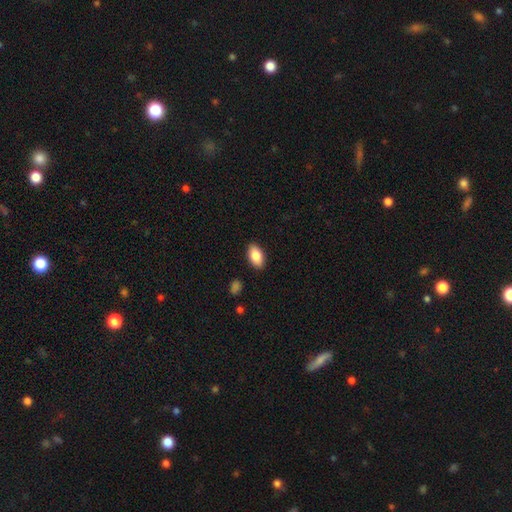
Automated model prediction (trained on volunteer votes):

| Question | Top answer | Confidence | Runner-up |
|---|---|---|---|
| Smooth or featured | smooth | 85% | featured or disk (8%) |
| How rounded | in between | 93% | round (4%) |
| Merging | none | 89% | minor disturbance (8%) |